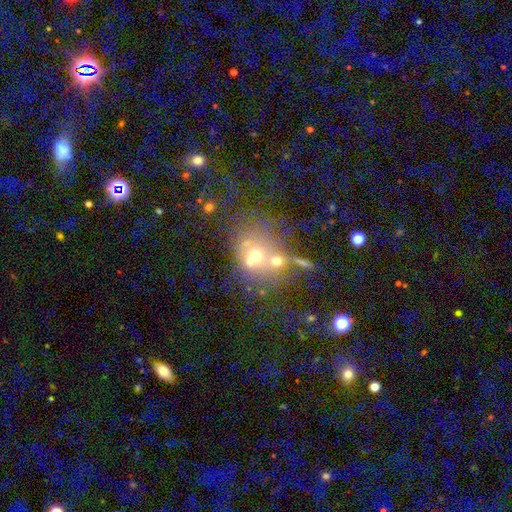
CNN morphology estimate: The model was most divided on "smooth or featured": smooth: 43%, featured or disk: 34%, star or artifact: 23%. Remaining: merging — merger (48%).